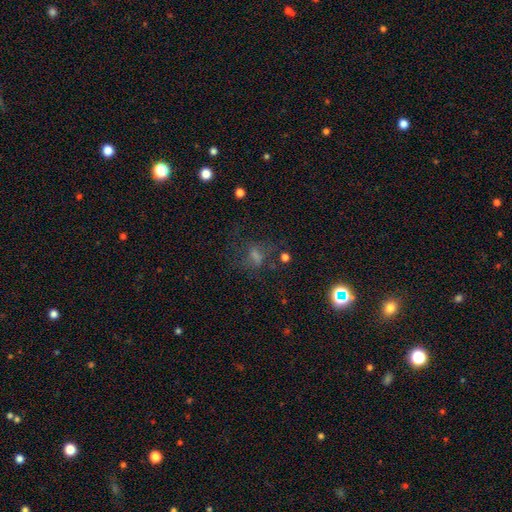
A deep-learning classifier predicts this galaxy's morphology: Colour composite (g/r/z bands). It shows a smooth galaxy with no disk features (36%). Merging: none (56%).